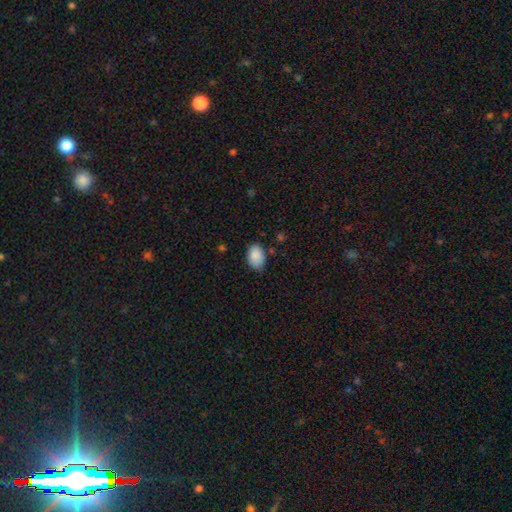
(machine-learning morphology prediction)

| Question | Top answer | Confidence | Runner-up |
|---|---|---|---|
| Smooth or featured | smooth | 89% | star or artifact (7%) |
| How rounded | in between | 88% | round (10%) |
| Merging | none | 73% | minor disturbance (22%) |